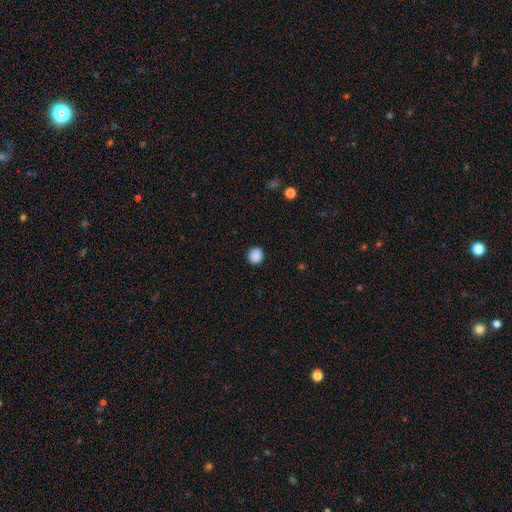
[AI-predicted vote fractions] A smooth galaxy with no disk features (88%) that is round (91%). Merging: none (91%).